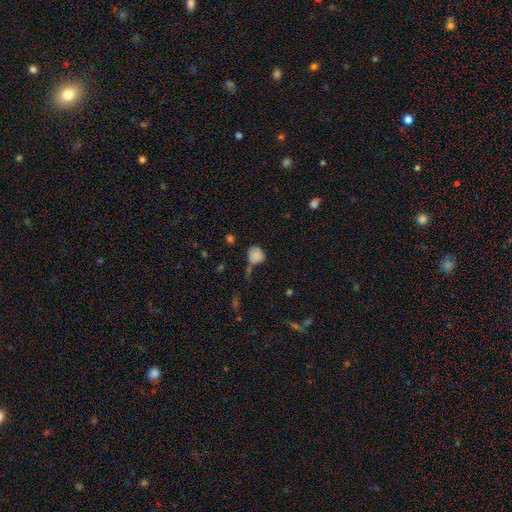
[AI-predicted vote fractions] The model was most divided on "merging": none: 47%, minor disturbance: 27%, merger: 14%, major disturbance: 11%. More confident: smooth or featured — smooth (81%); how rounded — round (75%).